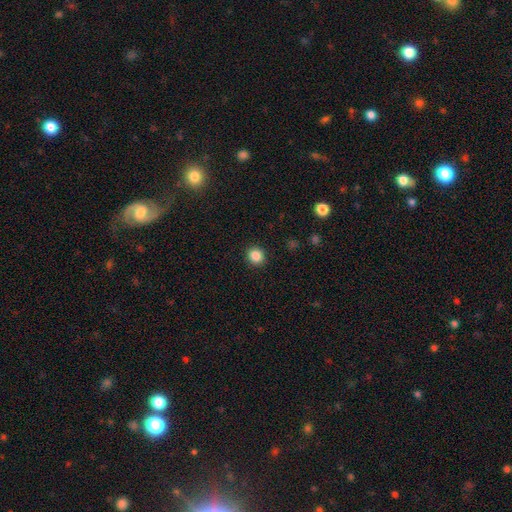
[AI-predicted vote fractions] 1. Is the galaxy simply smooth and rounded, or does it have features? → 86% smooth, 10% star or artifact, 3% featured or disk.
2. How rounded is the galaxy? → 89% round, 10% in between, 1% cigar-shaped.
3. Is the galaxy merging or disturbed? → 92% none, 5% minor disturbance, 2% major disturbance, 1% merger.